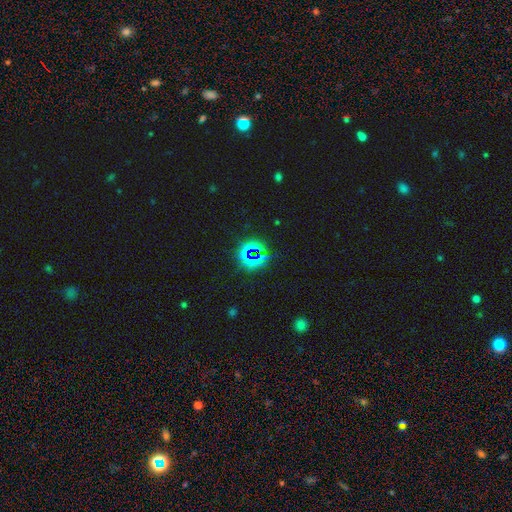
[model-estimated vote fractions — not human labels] Smooth or featured? star or artifact (71%)